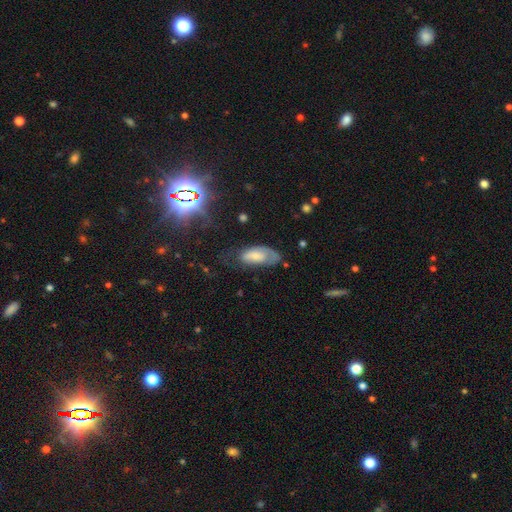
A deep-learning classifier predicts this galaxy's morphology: A smooth galaxy with no disk features (54%) that is in between round and cigar-shaped (87%).

Vote fractions:
- Smooth or featured? smooth: 54% / featured or disk: 38% / star or artifact: 8%
- How rounded? in between: 87% / cigar-shaped: 11% / round: 3%
- Merging? none: 44% / minor disturbance: 30% / major disturbance: 24% / merger: 3%